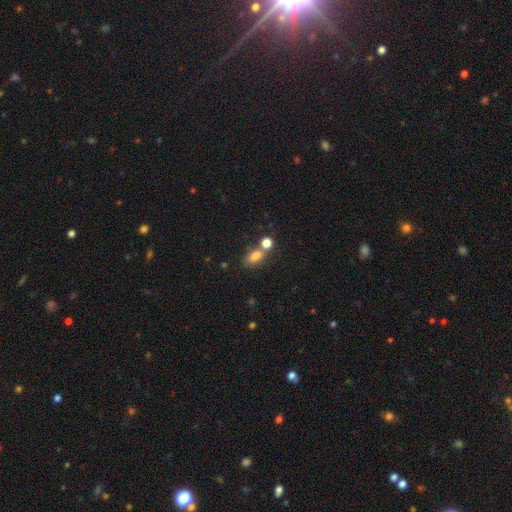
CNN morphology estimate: smooth-or-featured: smooth: 79% | star or artifact: 11% | featured or disk: 10%
  how-rounded: in between: 77% | round: 19% | cigar-shaped: 4%
  merging: none: 50% | merger: 33% | minor disturbance: 12% | major disturbance: 5%